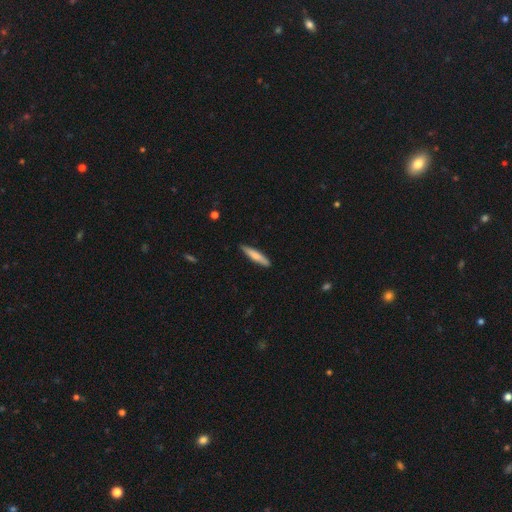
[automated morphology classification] A smooth galaxy with no disk features (72%) that is cigar-shaped (88%). Merging: none (87%).